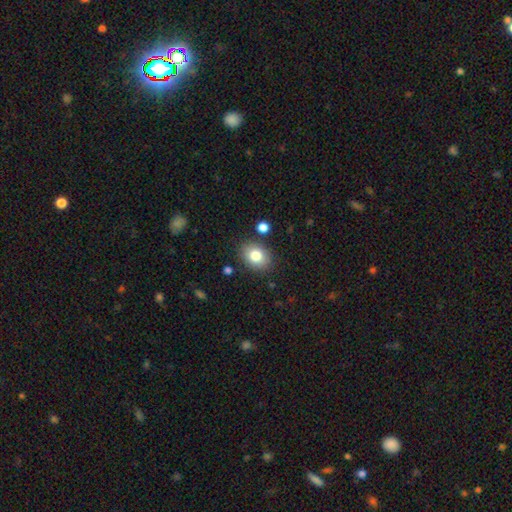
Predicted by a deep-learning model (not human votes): Smooth or featured? smooth (81%)
How rounded? in between (57%)
Merging? none (84%)